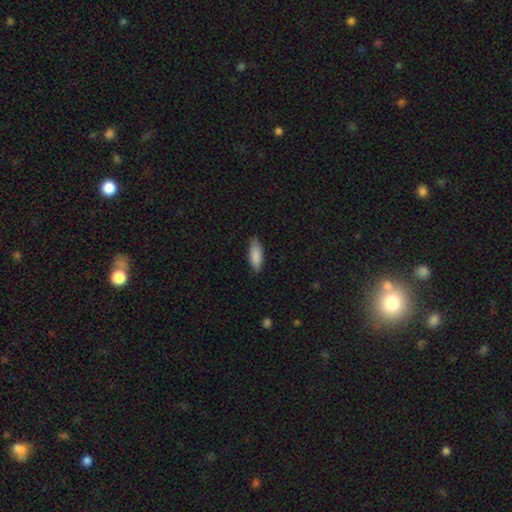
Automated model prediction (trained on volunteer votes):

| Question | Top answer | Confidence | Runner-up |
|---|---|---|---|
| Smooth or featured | smooth | 89% | star or artifact (6%) |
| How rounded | in between | 70% | cigar-shaped (28%) |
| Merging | none | 84% | minor disturbance (13%) |